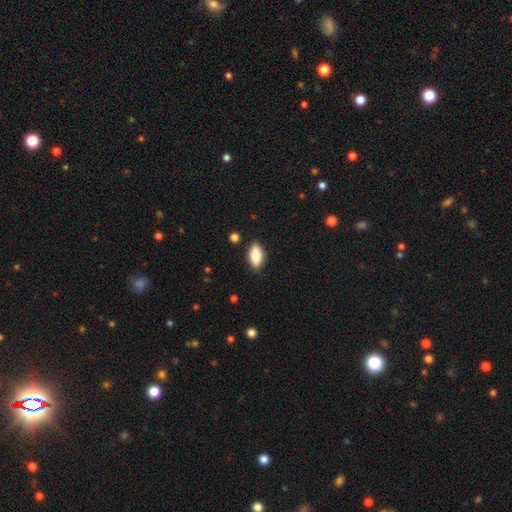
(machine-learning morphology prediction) This is clearly a smooth galaxy (81%). How rounded: clearly in between (88%). Merging: clearly none (87%).